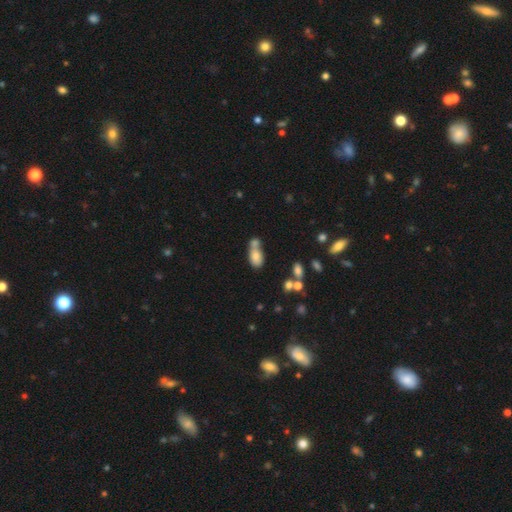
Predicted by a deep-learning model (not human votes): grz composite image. It shows a smooth galaxy with no disk features (75%) that is in between round and cigar-shaped (86%). Merging: merger (51%).